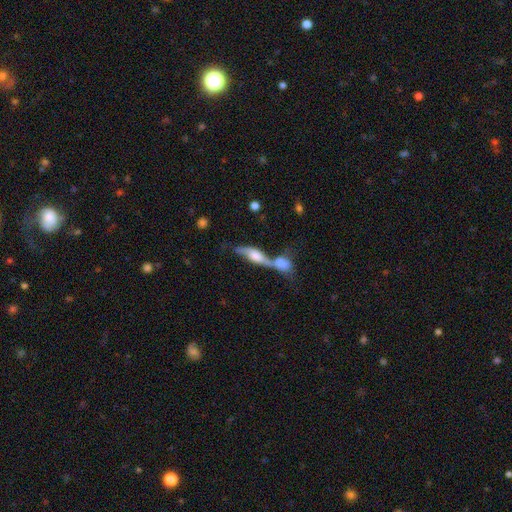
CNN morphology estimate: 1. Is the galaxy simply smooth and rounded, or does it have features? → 65% featured or disk, 27% smooth, 8% star or artifact.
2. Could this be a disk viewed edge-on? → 56% yes, 44% no.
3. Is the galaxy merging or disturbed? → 59% merger, 25% none, 9% minor disturbance, 7% major disturbance.